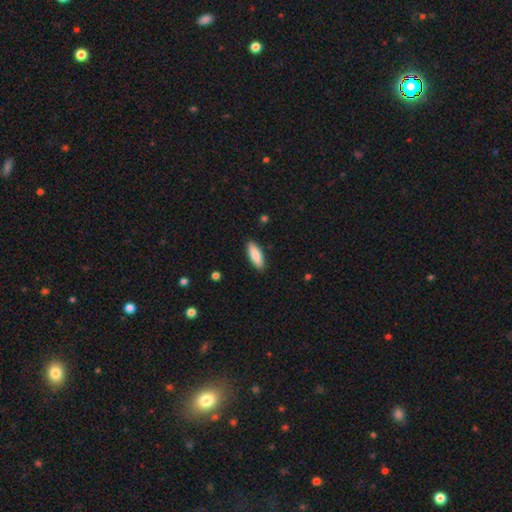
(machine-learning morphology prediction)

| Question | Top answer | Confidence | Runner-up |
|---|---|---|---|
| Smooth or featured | smooth | 85% | featured or disk (9%) |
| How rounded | in between | 67% | cigar-shaped (32%) |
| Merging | none | 89% | minor disturbance (8%) |